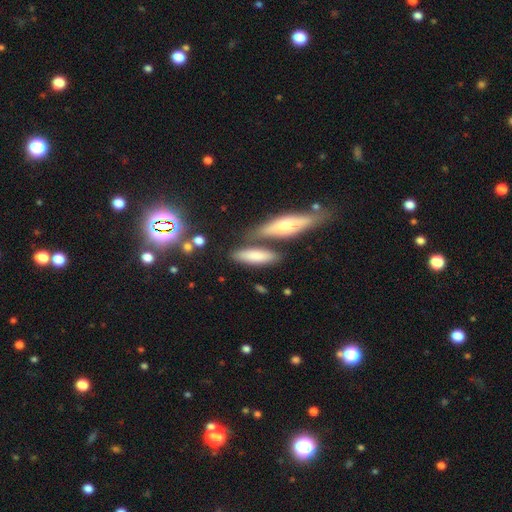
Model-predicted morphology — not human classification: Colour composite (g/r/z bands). It shows a smooth galaxy with no disk features (77%) that is in between round and cigar-shaped (51%). Merging: none (62%).